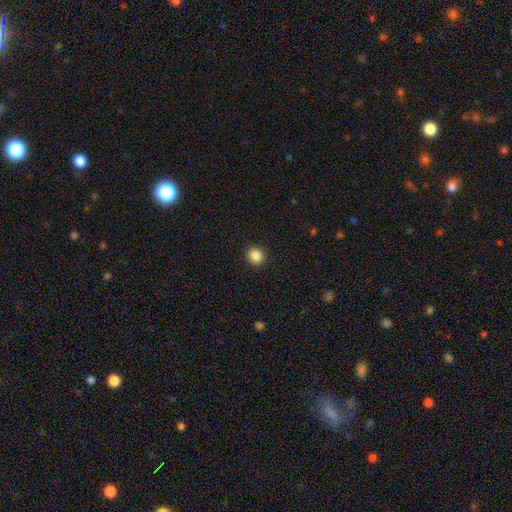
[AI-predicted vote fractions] smooth_or_featured: smooth (p=0.86) [alt: star or artifact p=0.10]
how_rounded: round (p=0.91) [alt: in between p=0.08]
merging: none (p=0.92) [alt: minor disturbance p=0.05]